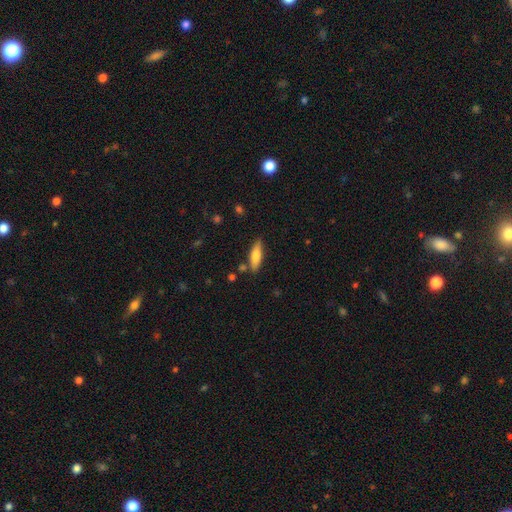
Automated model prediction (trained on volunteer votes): Morphology: type=smooth (74%); roundness=cigar-shaped (54%); merging=none (80%).